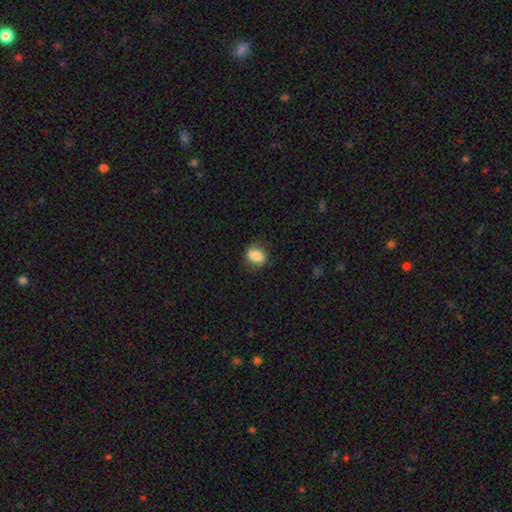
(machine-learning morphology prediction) Smooth or featured? Predicted: smooth (p=0.82). How rounded? Predicted: in between (p=0.56). Merging? Predicted: none (p=0.75).